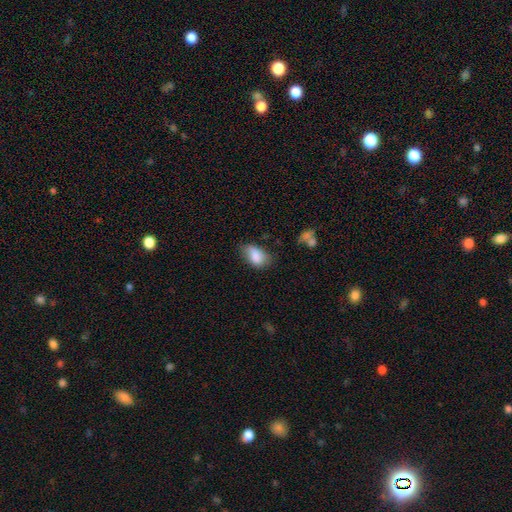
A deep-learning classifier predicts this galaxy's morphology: This is clearly a smooth galaxy (84%). How rounded: clearly in between (90%). Merging: possibly none (56%).